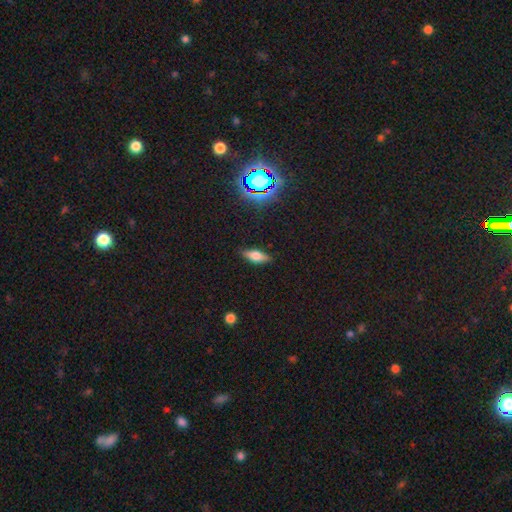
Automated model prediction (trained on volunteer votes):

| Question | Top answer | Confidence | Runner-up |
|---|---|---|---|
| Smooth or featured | smooth | 60% | featured or disk (28%) |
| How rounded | in between | 68% | cigar-shaped (28%) |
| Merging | none | 85% | minor disturbance (11%) |